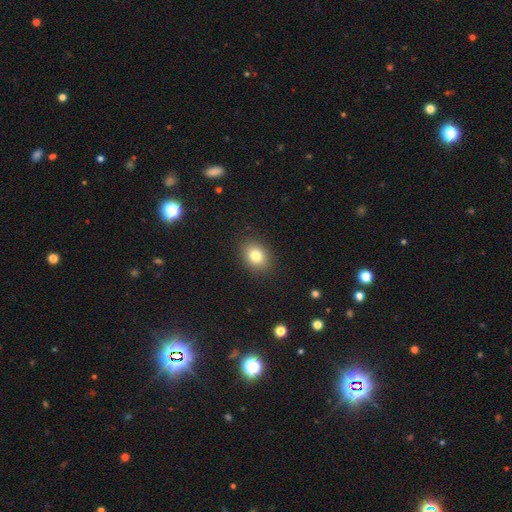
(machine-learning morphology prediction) This is clearly a smooth galaxy (80%). How rounded: possibly in between (54%). Merging: clearly none (89%).